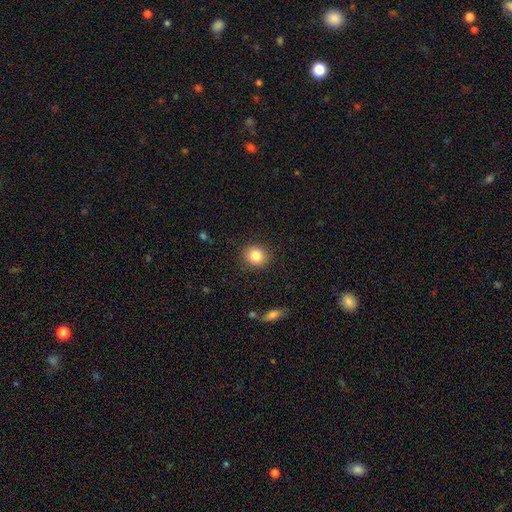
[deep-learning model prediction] Smooth or featured? Predicted: smooth (p=0.83). How rounded? Predicted: round (p=0.84). Merging? Predicted: none (p=0.90).